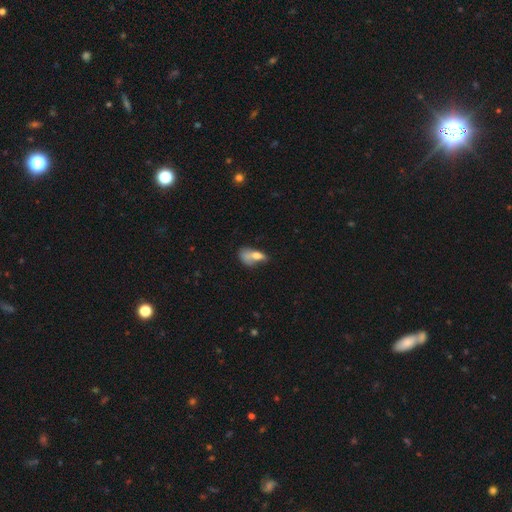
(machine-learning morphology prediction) smooth_or_featured: smooth (p=0.66) [alt: featured or disk p=0.25]
how_rounded: in between (p=0.77) [alt: cigar-shaped p=0.14]
merging: major disturbance (p=0.33) [alt: minor disturbance p=0.26]